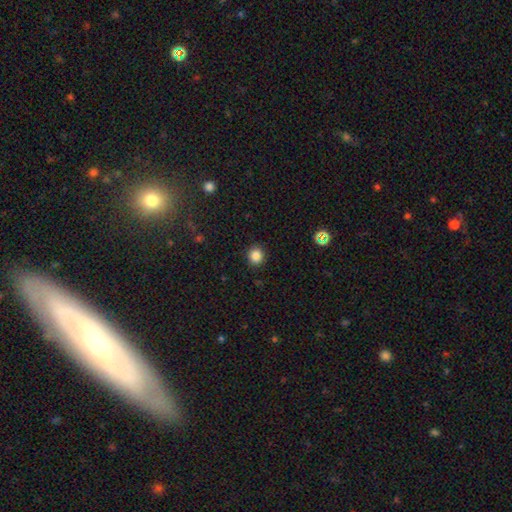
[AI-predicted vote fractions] The model was most divided on "how rounded": round: 83%, in between: 16%, cigar-shaped: 1%. More confident: merging — none (90%); smooth or featured — smooth (85%).